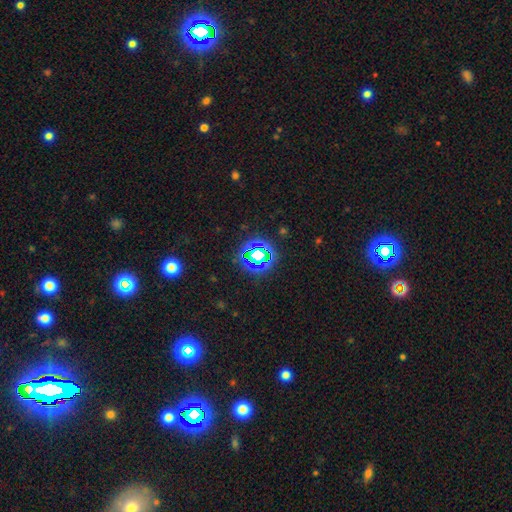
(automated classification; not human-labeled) Overall: star or artifact (66%).